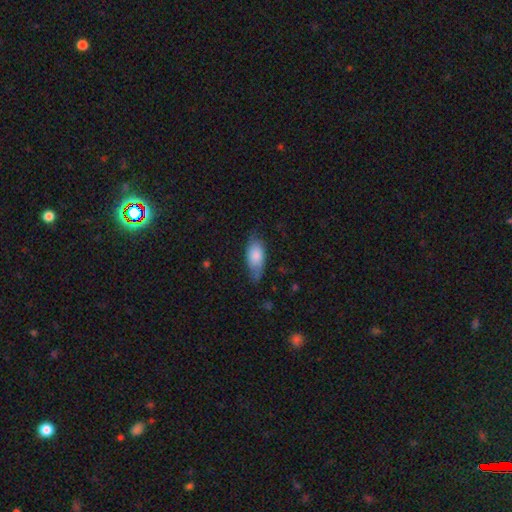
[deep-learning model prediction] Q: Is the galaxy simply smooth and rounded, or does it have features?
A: smooth — 79%.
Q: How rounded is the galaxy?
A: in between — 87%.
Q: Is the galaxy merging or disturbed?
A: none — 62%.